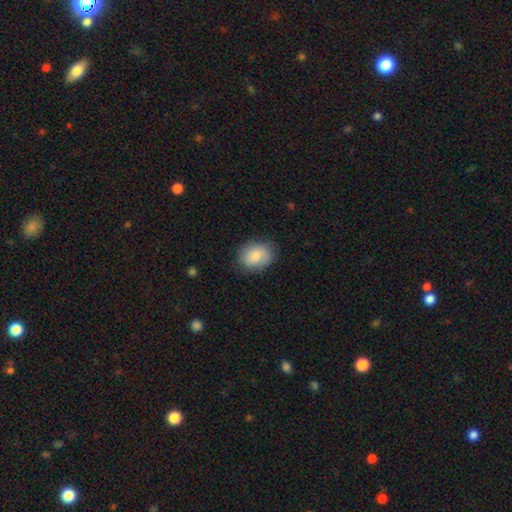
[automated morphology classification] Smooth or featured? smooth (78%)
How rounded? in between (58%)
Merging? none (79%)